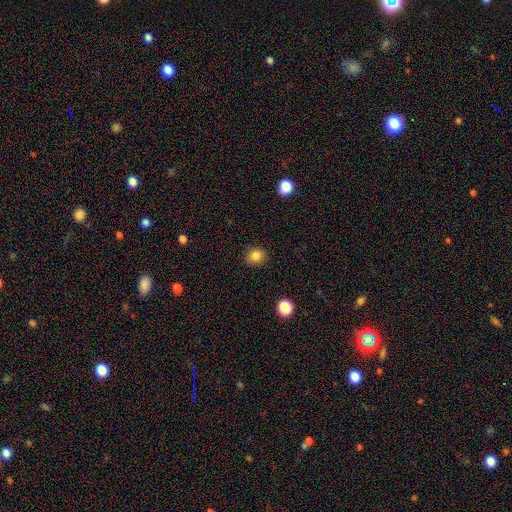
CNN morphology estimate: Smooth or featured?
  - smooth: 84% *
  - star or artifact: 12%
  - featured or disk: 5%
How rounded?
  - round: 79% *
  - in between: 21%
  - cigar-shaped: 1%
Merging?
  - none: 89% *
  - minor disturbance: 7%
  - major disturbance: 2%
  - merger: 1%